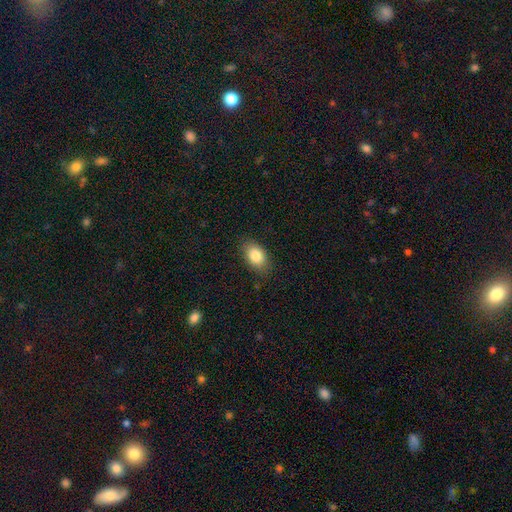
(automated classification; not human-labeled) Smooth or featured? Predicted: smooth (p=0.84). How rounded? Predicted: in between (p=0.89). Merging? Predicted: none (p=0.85).